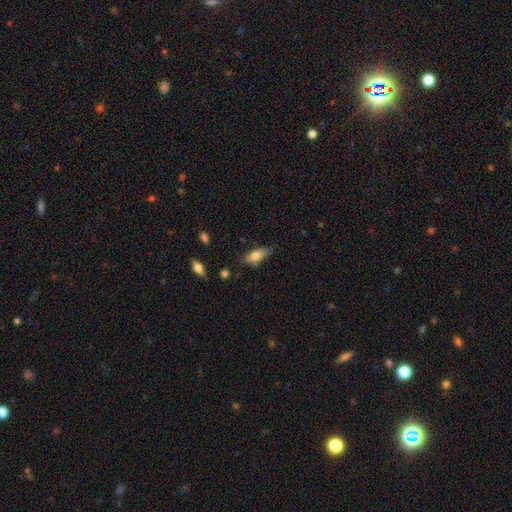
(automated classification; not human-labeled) Q: Smooth or featured?
A: smooth (74%); runner-up: featured or disk (19%)
Q: How rounded?
A: in between (79%); runner-up: cigar-shaped (18%)
Q: Merging?
A: none (59%); runner-up: minor disturbance (31%)